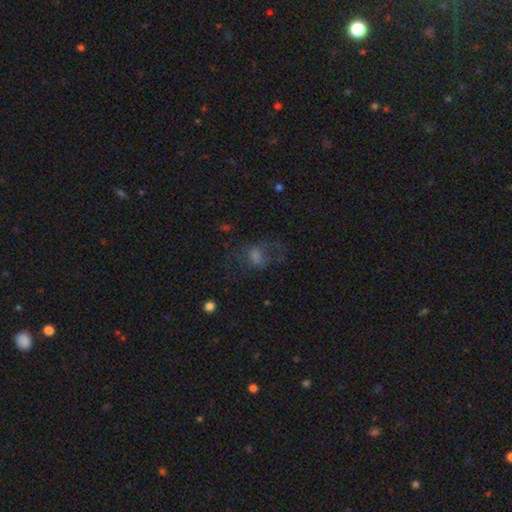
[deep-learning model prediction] Morphology: type=smooth (42%); merging=none (42%).